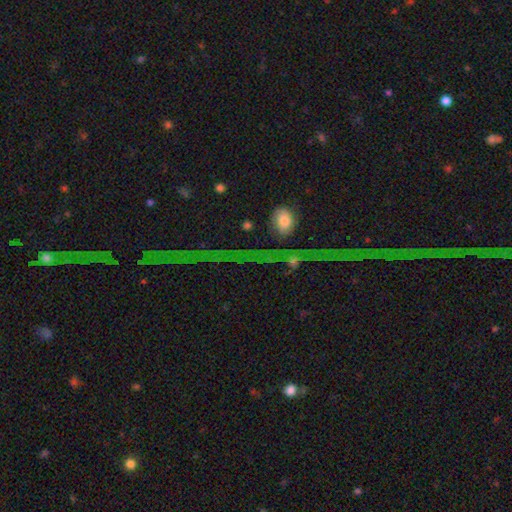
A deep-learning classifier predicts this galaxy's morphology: Overall: star or artifact (71%).